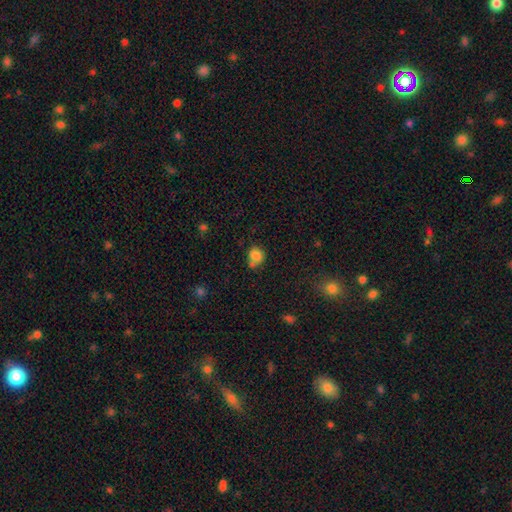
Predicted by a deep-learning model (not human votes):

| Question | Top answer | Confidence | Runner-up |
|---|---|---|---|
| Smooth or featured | smooth | 81% | star or artifact (11%) |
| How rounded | round | 75% | in between (24%) |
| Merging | none | 54% | merger (26%) |